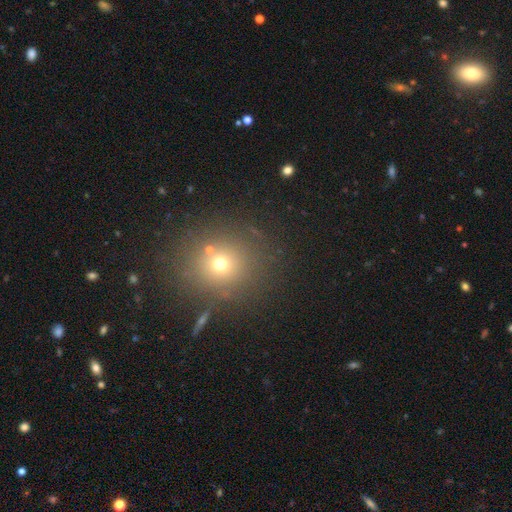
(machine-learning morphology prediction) smooth-or-featured: smooth: 54% | star or artifact: 37% | featured or disk: 9%
  how-rounded: round: 86% | in between: 13% | cigar-shaped: 1%
  merging: none: 86% | minor disturbance: 7% | merger: 3% | major disturbance: 3%